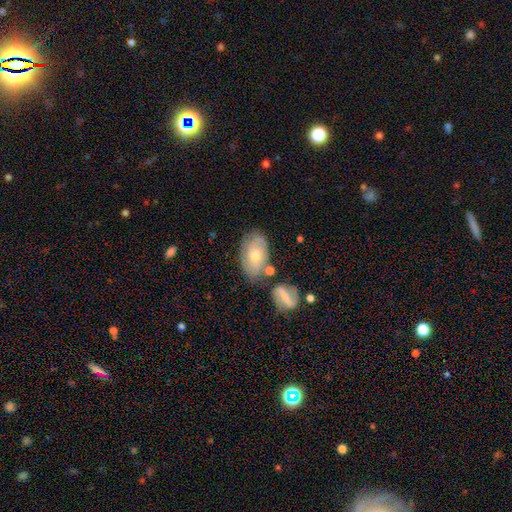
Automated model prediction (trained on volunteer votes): Smooth or featured: featured or disk — 58% (smooth — 34%)
Edge-on disk: no — 93% (yes — 7%)
Bar: no — 72% (weak — 22%)
Spiral arms: yes — 74% (no — 26%)
Bulge size: moderate — 58% (small — 37%)
Merging: none — 63% (minor disturbance — 19%)